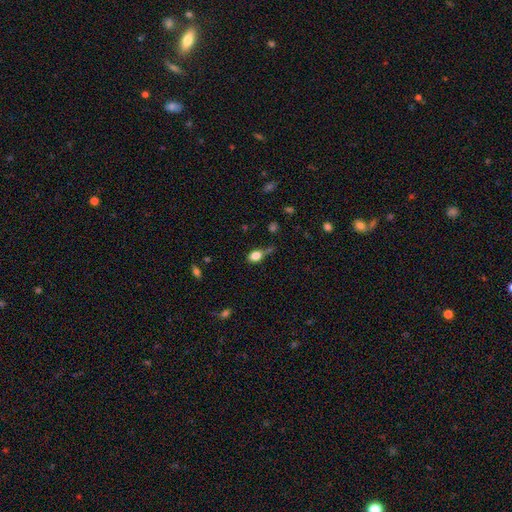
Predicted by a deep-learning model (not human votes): This is likely a smooth galaxy (77%). How rounded: likely in between (66%). Merging: marginally none (43%).